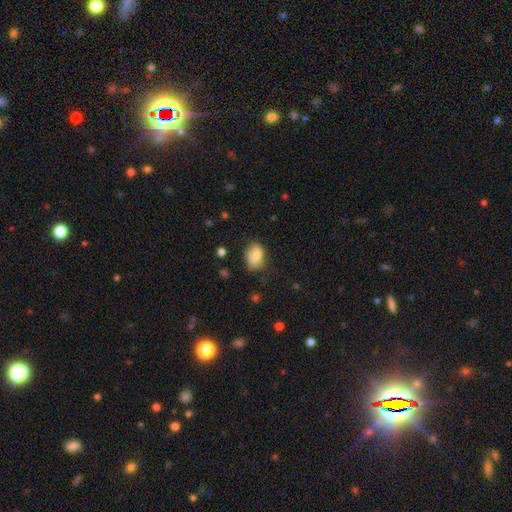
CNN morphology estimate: Q: Smooth or featured?
A: smooth (80%); runner-up: featured or disk (11%)
Q: How rounded?
A: in between (80%); runner-up: round (18%)
Q: Merging?
A: none (56%); runner-up: minor disturbance (31%)